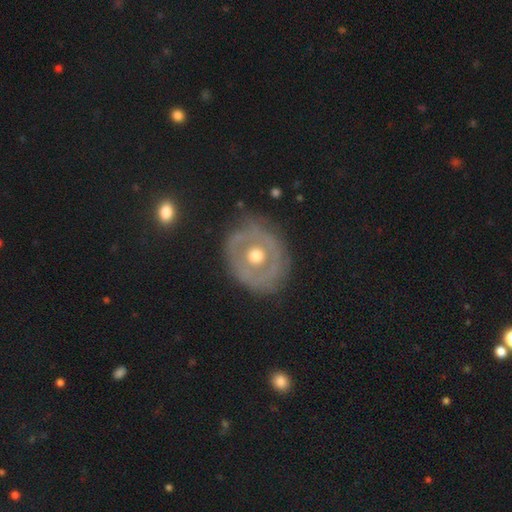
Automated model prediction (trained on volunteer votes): This appears to be a featured or disk galaxy (66%) with no bar (88%), no spiral arms (76%) and a moderate central bulge (78%). Merging: none (72%).